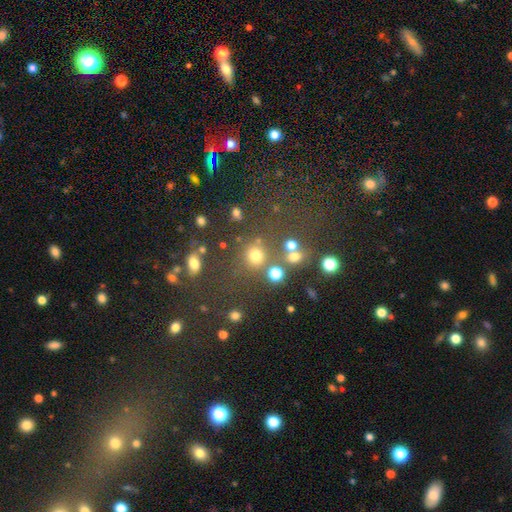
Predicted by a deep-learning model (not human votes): A smooth galaxy with no disk features (71%) that is round (85%). Merging: none (66%).